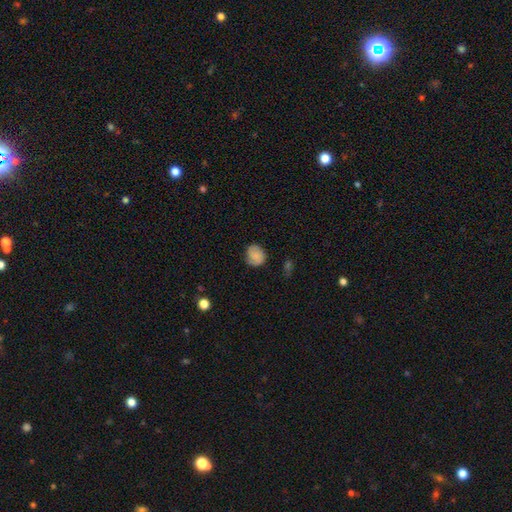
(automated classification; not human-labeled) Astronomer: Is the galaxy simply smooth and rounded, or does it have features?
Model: smooth — 72%.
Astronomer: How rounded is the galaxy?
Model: round — 70%.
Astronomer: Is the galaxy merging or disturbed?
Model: none — 69%.